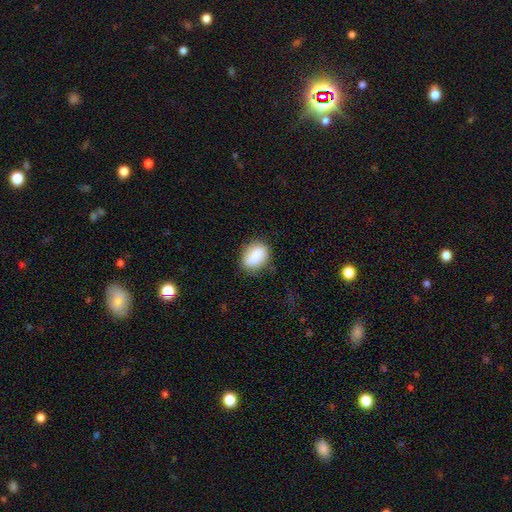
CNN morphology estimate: A smooth galaxy with no disk features (76%) that is in between round and cigar-shaped (70%). Merging: none (73%).